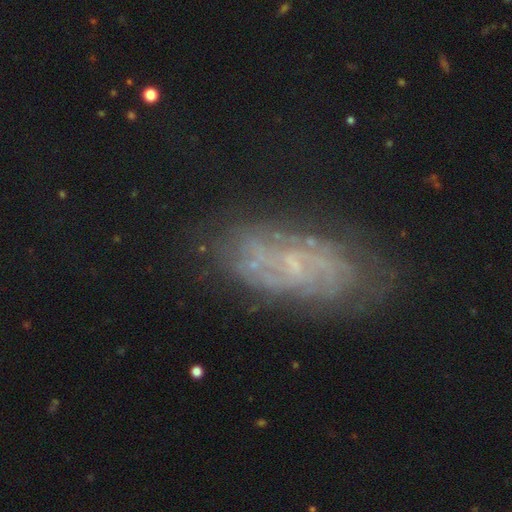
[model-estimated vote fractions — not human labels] Morphology: type=featured or disk (75%); edge-on=no (94%); bar=weak (49%); spiral arms=yes (83%); winding=tight (43%); arm count=can't tell (47%); bulge=small (52%); merging=none (67%).